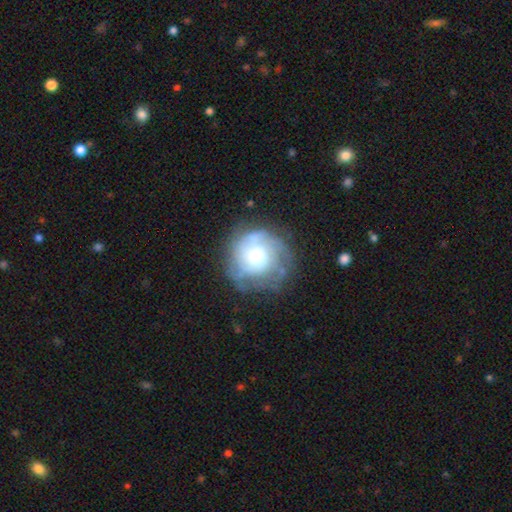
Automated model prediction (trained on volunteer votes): This is likely a featured or disk galaxy (61%). It is clearly not viewed edge-on (97%). Bar: clearly no (83%). Spiral arm pattern: likely yes (72%). Central bulge: possibly moderate (57%). Merging: likely none (64%).